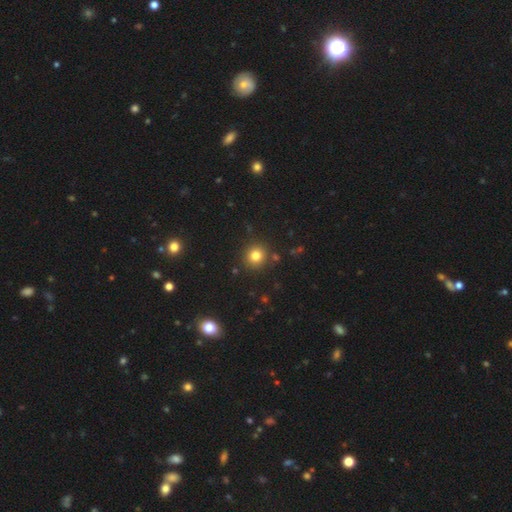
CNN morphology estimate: Overall: smooth (80%). How rounded: round (91%). Merging: none (88%).